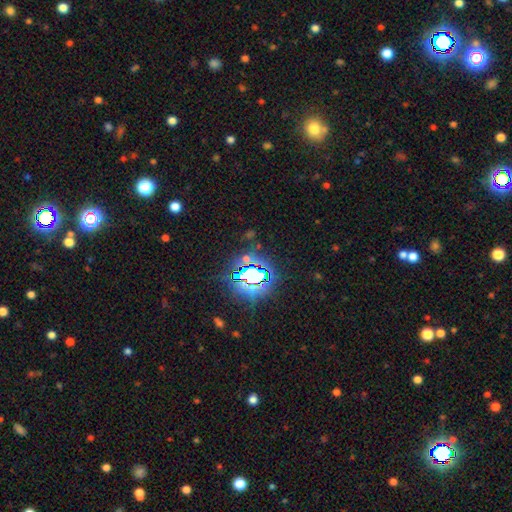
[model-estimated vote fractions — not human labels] star or artifact 81%, smooth 12%, featured or disk 7%.